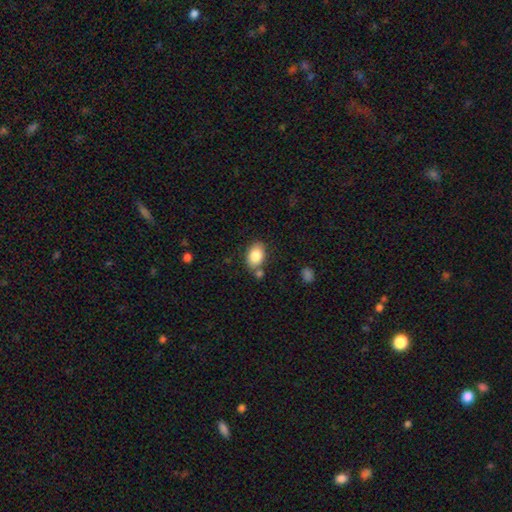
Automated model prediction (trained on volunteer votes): This appears to be a smooth galaxy with no disk features (84%) that is in between round and cigar-shaped (86%). Merging: none (72%).